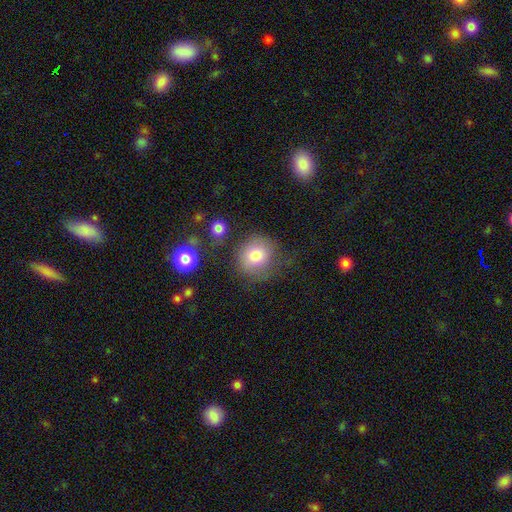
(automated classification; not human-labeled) Morphology: type=smooth (77%); roundness=round (81%); merging=none (63%).